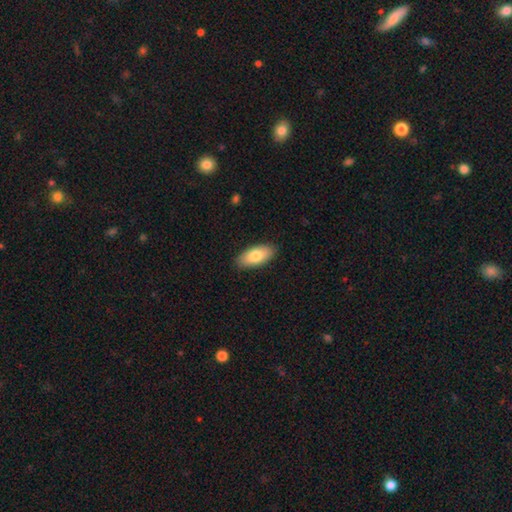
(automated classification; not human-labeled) Smooth or featured?
  - smooth: 80% *
  - featured or disk: 15%
  - star or artifact: 6%
How rounded?
  - in between: 90% *
  - cigar-shaped: 8%
  - round: 2%
Merging?
  - none: 89% *
  - minor disturbance: 9%
  - major disturbance: 2%
  - merger: 1%